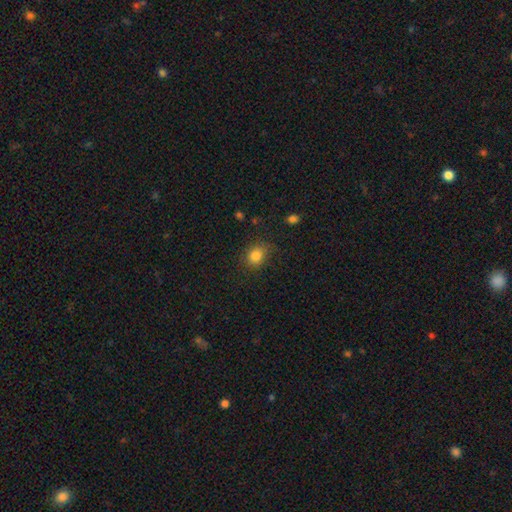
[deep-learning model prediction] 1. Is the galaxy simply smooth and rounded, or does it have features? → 83% smooth, 11% star or artifact, 6% featured or disk.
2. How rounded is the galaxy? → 63% round, 36% in between, 1% cigar-shaped.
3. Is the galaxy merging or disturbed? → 76% none, 17% minor disturbance, 5% major disturbance, 2% merger.